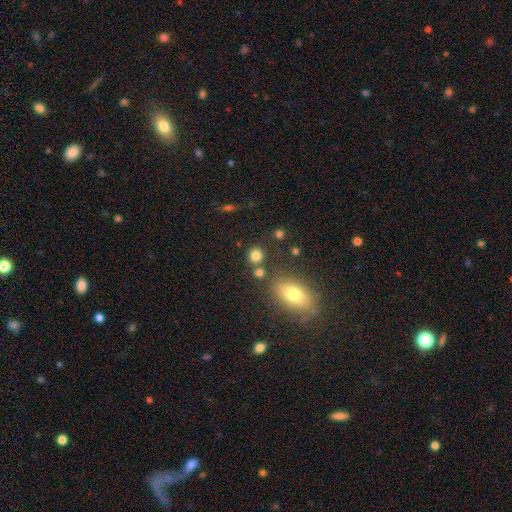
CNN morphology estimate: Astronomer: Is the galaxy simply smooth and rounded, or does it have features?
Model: smooth — 80%.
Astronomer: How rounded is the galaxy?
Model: round — 80%.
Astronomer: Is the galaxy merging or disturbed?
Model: none — 74%.